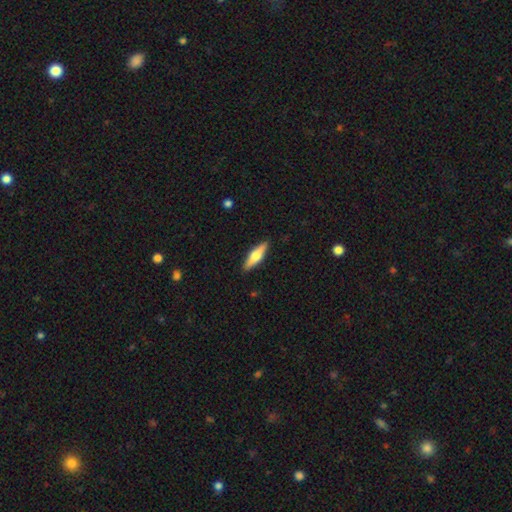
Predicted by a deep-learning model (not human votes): Smooth or featured? Predicted: featured or disk (p=0.52). Edge-on disk? Predicted: yes (p=0.95). Merging? Predicted: none (p=0.90).